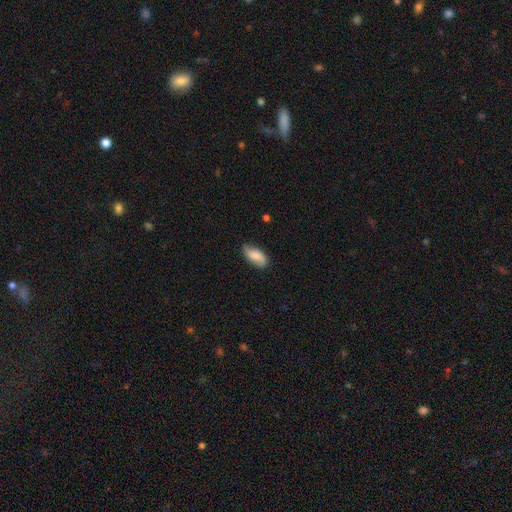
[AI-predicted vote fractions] Smooth or featured? Predicted: smooth (p=0.77). How rounded? Predicted: in between (p=0.89). Merging? Predicted: none (p=0.76).